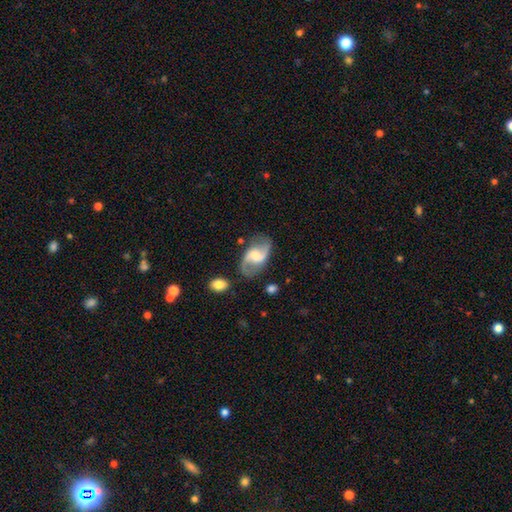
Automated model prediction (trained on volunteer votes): Smooth or featured? featured or disk (82%)
Edge-on disk? no (97%)
Bar? weak (50%)
Spiral arms? yes (95%)
Spiral winding? loose (57%)
Spiral arm count? 2 (92%)
Bulge size? moderate (45%)
Merging? none (76%)